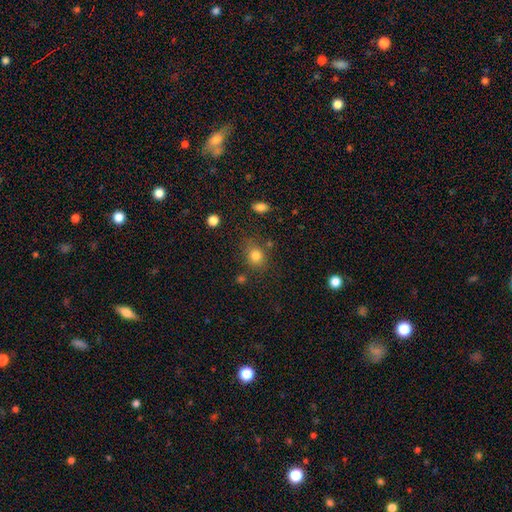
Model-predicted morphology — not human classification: smooth_or_featured: smooth (p=0.80) [alt: star or artifact p=0.13]
how_rounded: round (p=0.68) [alt: in between p=0.31]
merging: none (p=0.72) [alt: minor disturbance p=0.15]